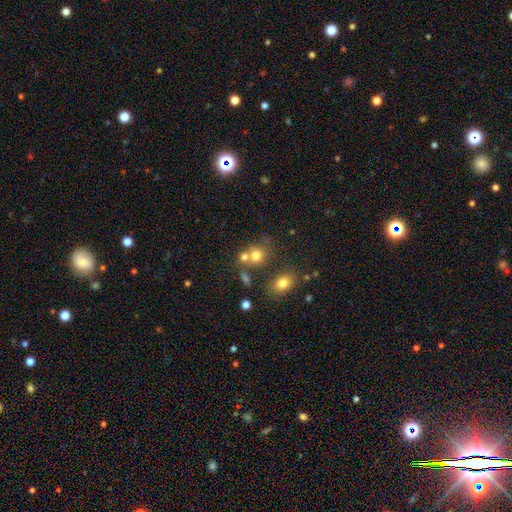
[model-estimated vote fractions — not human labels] Smooth or featured: smooth — 72% (star or artifact — 15%)
How rounded: round — 75% (in between — 24%)
Merging: none — 50% (merger — 35%)